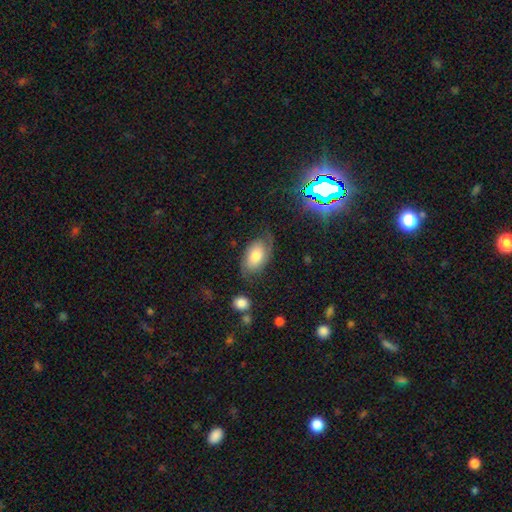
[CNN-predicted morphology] Q: Smooth or featured?
A: smooth (47%); runner-up: featured or disk (44%)
Q: Merging?
A: none (61%); runner-up: minor disturbance (23%)